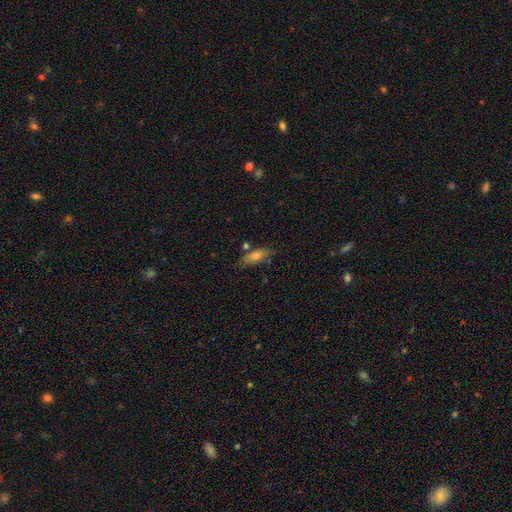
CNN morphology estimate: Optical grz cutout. It shows a smooth galaxy with no disk features (72%) that is in between round and cigar-shaped (64%). Merging: none (70%).